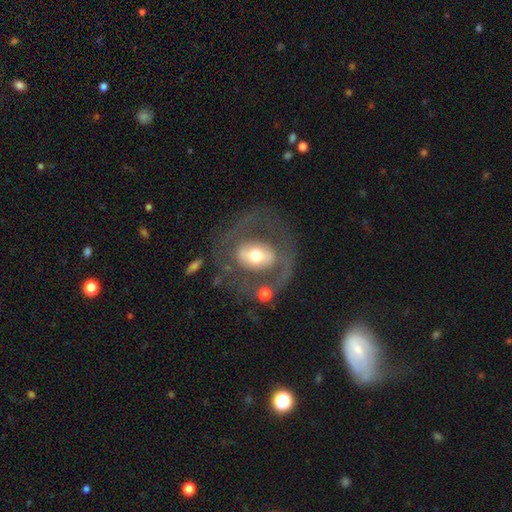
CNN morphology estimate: smooth-or-featured: featured or disk: 66% | smooth: 28% | star or artifact: 7%
  disk-edge-on: no: 94% | yes: 6%
    bar: no: 42% | weak: 31% | strong: 27%
    has-spiral-arms: no: 53% | yes: 47%
    bulge-size: moderate: 63% | large: 23% | small: 10% | dominant: 3% | none: 1%
  merging: none: 59% | major disturbance: 19% | minor disturbance: 15% | merger: 7%